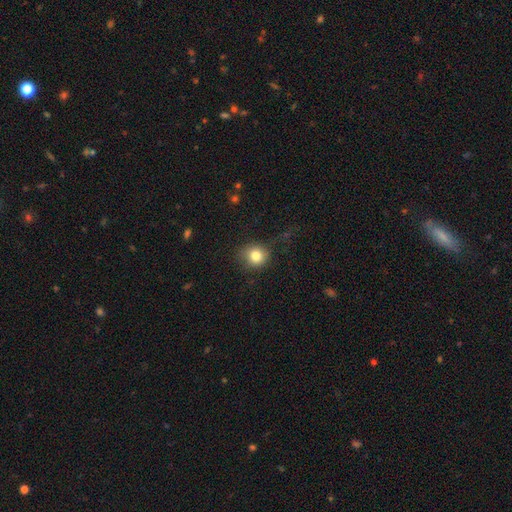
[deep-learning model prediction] This appears to be a smooth galaxy with no disk features (81%) that is round (83%). Merging: none (71%).